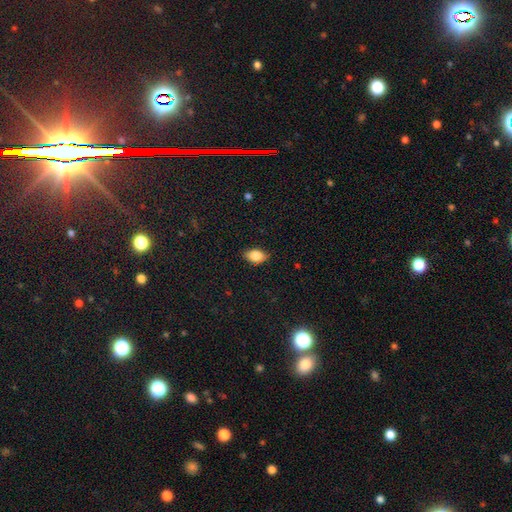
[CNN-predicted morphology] Smooth or featured?
  - smooth: 84% *
  - featured or disk: 8%
  - star or artifact: 8%
How rounded?
  - in between: 88% *
  - round: 10%
  - cigar-shaped: 2%
Merging?
  - none: 85% *
  - minor disturbance: 12%
  - major disturbance: 2%
  - merger: 1%